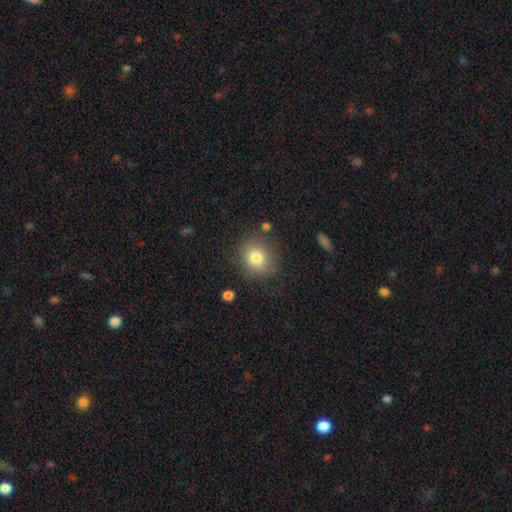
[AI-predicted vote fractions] smooth 81%, star or artifact 11%, featured or disk 8%. Down the decision tree: how rounded — round (75%); merging — none (83%).